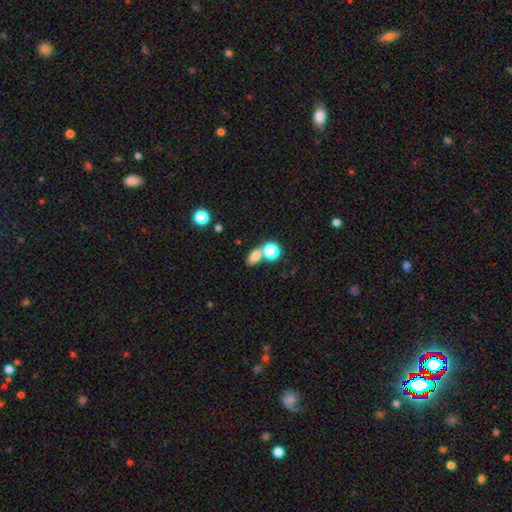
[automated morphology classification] This appears to be a smooth galaxy with no disk features (75%) that is in between round and cigar-shaped (74%). Merging: none (55%).